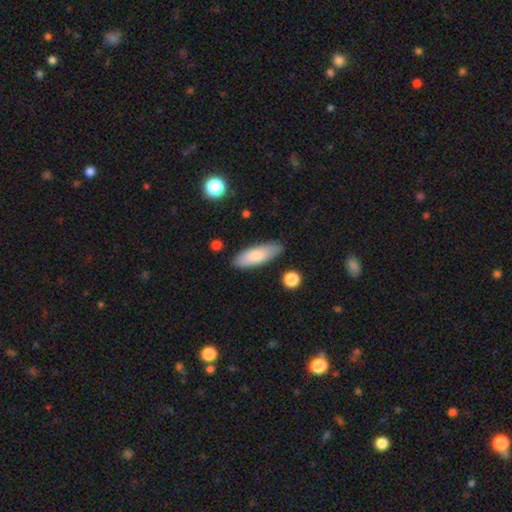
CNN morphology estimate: smooth-or-featured: smooth: 78% | featured or disk: 16% | star or artifact: 6%
  how-rounded: in between: 62% | cigar-shaped: 36% | round: 2%
  merging: none: 85% | minor disturbance: 11% | major disturbance: 2% | merger: 2%